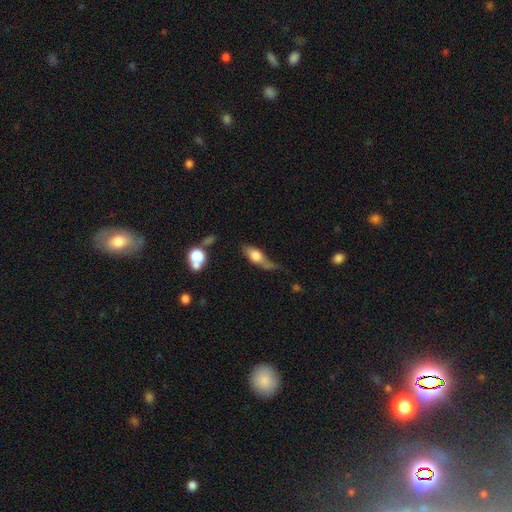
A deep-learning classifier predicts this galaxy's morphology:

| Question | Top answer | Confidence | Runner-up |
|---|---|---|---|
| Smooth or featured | smooth | 59% | featured or disk (33%) |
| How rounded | in between | 64% | cigar-shaped (28%) |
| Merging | minor disturbance | 32% | none (31%) |